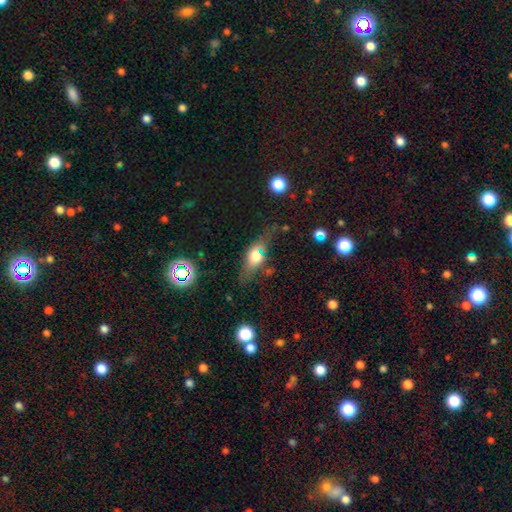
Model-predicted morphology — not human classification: Smooth or featured: smooth — 48% (featured or disk — 39%)
Merging: none — 63% (minor disturbance — 22%)